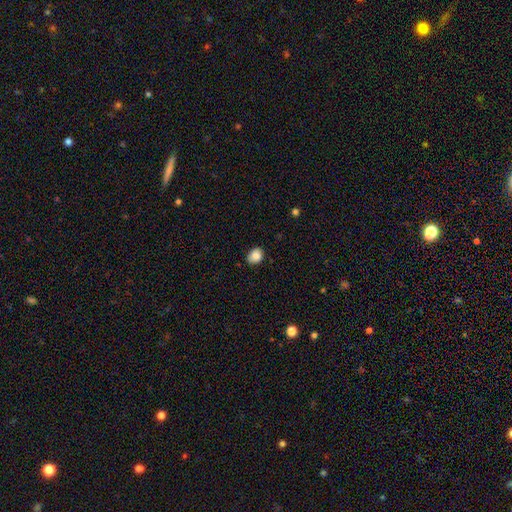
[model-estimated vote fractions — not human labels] Q: Smooth or featured?
A: smooth (86%); runner-up: star or artifact (9%)
Q: How rounded?
A: in between (57%); runner-up: round (42%)
Q: Merging?
A: none (84%); runner-up: minor disturbance (13%)